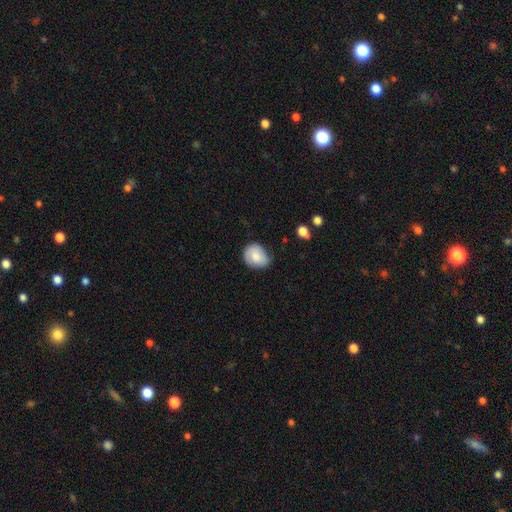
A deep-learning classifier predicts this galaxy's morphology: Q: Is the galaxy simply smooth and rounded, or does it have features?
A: smooth — 75%.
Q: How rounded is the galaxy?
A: round — 59%.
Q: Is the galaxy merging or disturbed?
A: none — 62%.